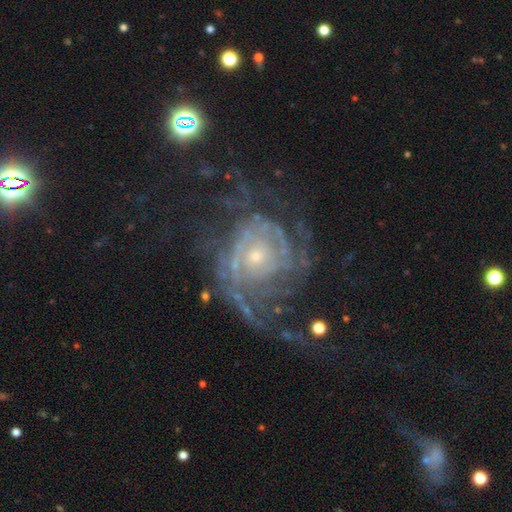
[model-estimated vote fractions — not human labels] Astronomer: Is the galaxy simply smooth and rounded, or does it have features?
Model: featured or disk — 85%.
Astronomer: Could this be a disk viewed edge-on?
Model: no — 97%.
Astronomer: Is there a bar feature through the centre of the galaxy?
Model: no — 77%.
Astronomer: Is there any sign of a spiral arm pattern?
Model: yes — 93%.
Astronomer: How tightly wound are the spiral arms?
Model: tight — 57%.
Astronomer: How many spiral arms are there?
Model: can't tell — 34% (runner-up: 2, 24%).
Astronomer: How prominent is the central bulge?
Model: small — 65%.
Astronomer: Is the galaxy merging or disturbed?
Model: none — 55%.